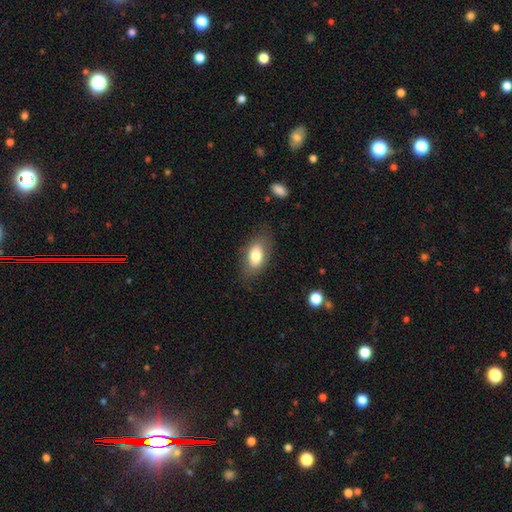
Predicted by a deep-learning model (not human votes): smooth_or_featured: smooth (p=0.76) [alt: featured or disk p=0.17]
how_rounded: in between (p=0.89) [alt: round p=0.07]
merging: none (p=0.79) [alt: minor disturbance p=0.15]